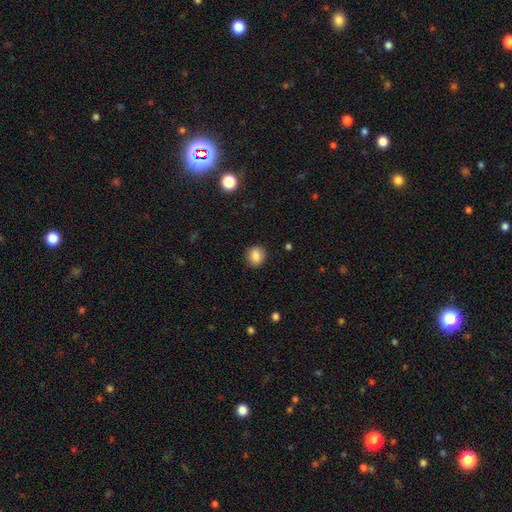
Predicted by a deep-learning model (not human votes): Q: Smooth or featured?
A: smooth (86%); runner-up: star or artifact (10%)
Q: How rounded?
A: round (79%); runner-up: in between (20%)
Q: Merging?
A: none (90%); runner-up: minor disturbance (7%)